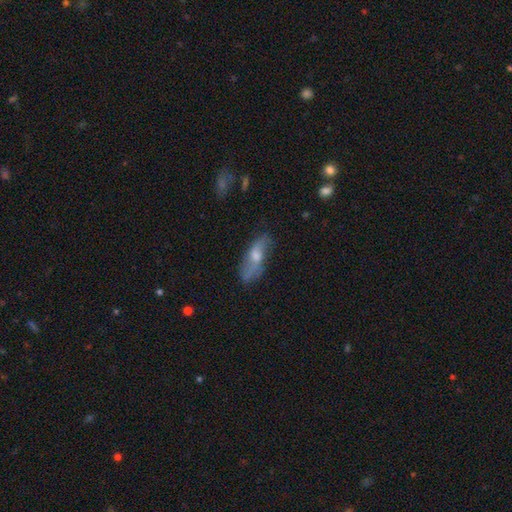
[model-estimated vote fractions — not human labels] Q: Smooth or featured?
A: featured or disk (53%); runner-up: smooth (39%)
Q: Edge-on disk?
A: no (76%); runner-up: yes (24%)
Q: Merging?
A: none (64%); runner-up: minor disturbance (24%)